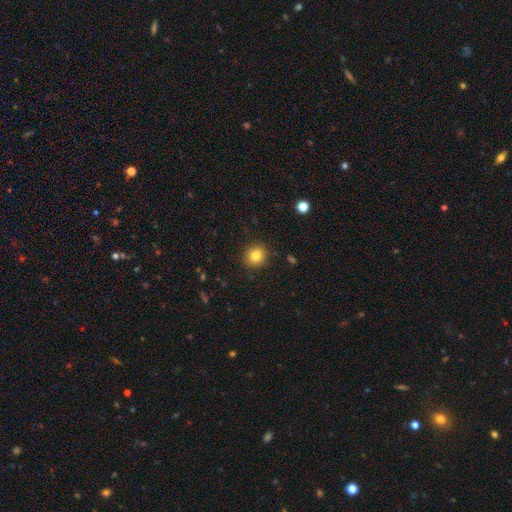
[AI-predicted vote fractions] This appears to be a smooth galaxy with no disk features (82%) that is round (83%). Merging: none (89%).